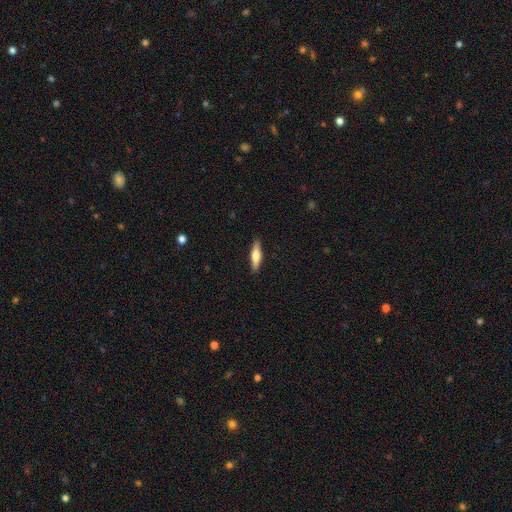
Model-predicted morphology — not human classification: This is possibly a smooth galaxy (59%). How rounded: likely cigar-shaped (71%). Merging: clearly none (90%).